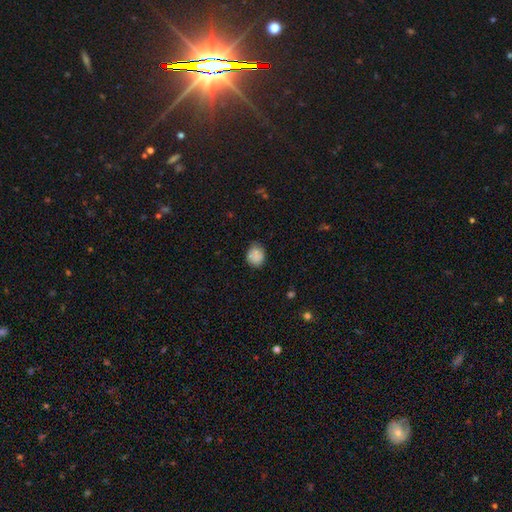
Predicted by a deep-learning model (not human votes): This appears to be a smooth galaxy with no disk features (84%) that is round (67%). Merging: none (71%).